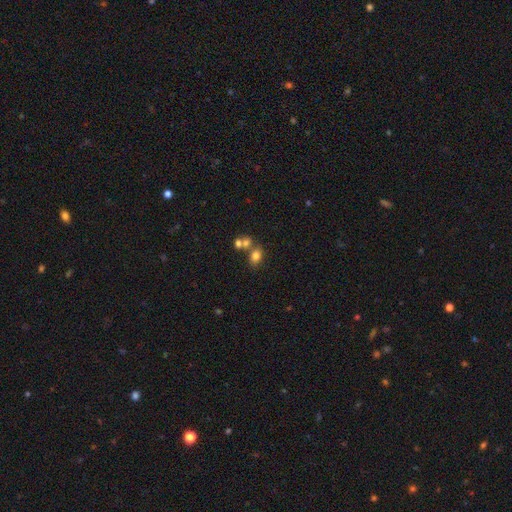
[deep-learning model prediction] A smooth galaxy with no disk features (75%) that is in between round and cigar-shaped (61%). Merging: none (49%).